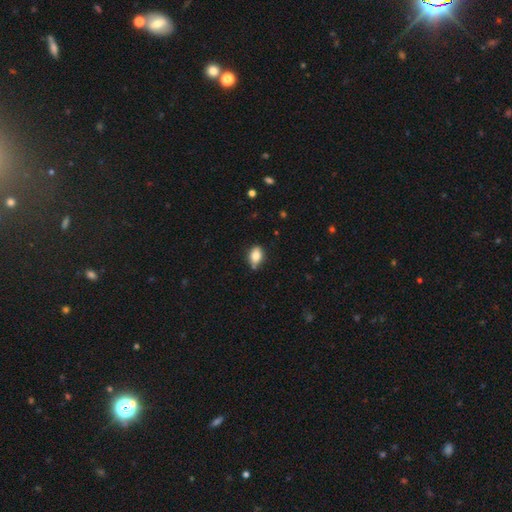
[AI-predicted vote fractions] Smooth or featured?
  - smooth: 82% *
  - featured or disk: 9%
  - star or artifact: 8%
How rounded?
  - in between: 81% *
  - round: 16%
  - cigar-shaped: 3%
Merging?
  - none: 67% *
  - minor disturbance: 25%
  - merger: 4%
  - major disturbance: 4%